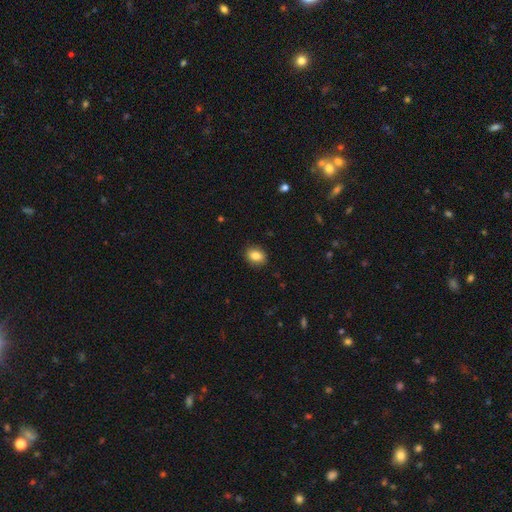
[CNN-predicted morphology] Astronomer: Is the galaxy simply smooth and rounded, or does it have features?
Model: smooth — 85%.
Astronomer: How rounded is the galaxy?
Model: in between — 62%.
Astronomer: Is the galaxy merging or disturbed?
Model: none — 88%.